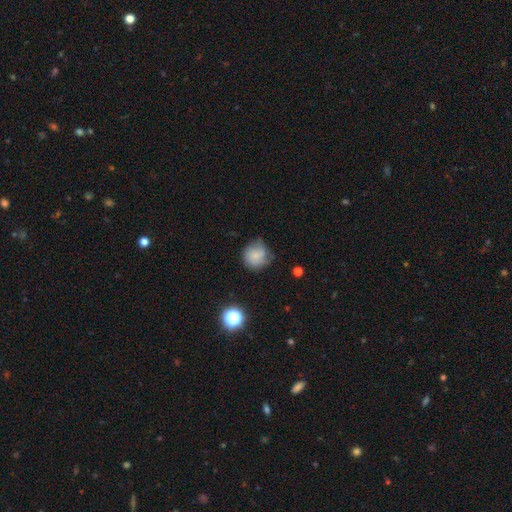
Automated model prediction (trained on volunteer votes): A smooth galaxy with no disk features (72%) that is round (87%). Merging: none (57%).